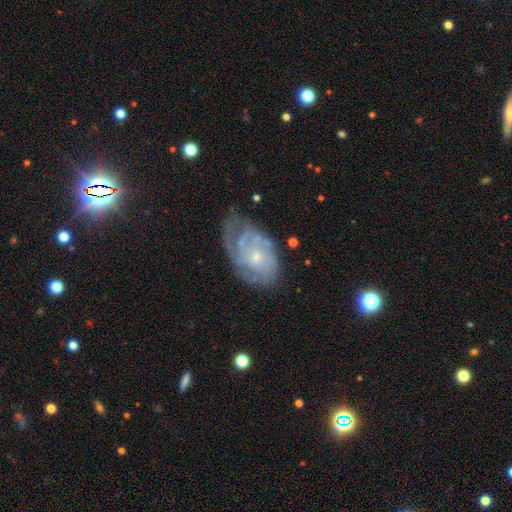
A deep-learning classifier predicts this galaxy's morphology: smooth_or_featured: featured or disk (p=0.76) [alt: smooth p=0.17]
disk_edge_on: no (p=0.96) [alt: yes p=0.04]
bar: no (p=0.75) [alt: weak p=0.22]
has_spiral_arms: yes (p=0.89) [alt: no p=0.11]
spiral_winding: tight (p=0.61) [alt: medium p=0.30]
spiral_arm_count: can't tell (p=0.47) [alt: 2 p=0.17]
bulge_size: small (p=0.70) [alt: moderate p=0.24]
merging: none (p=0.55) [alt: minor disturbance p=0.28]